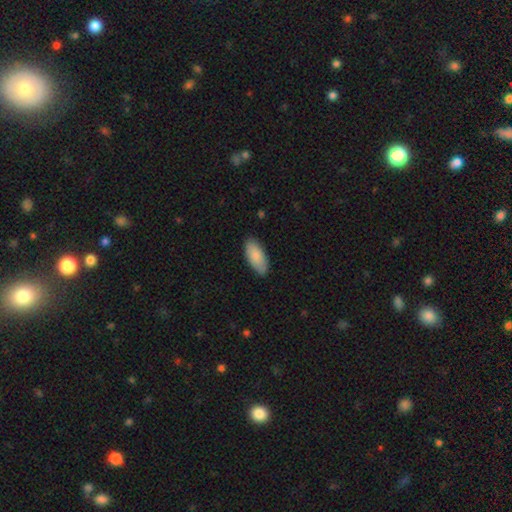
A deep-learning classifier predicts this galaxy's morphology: smooth-or-featured: smooth: 86% | featured or disk: 9% | star or artifact: 6%
  how-rounded: in between: 90% | cigar-shaped: 8% | round: 2%
  merging: none: 86% | minor disturbance: 11% | major disturbance: 2% | merger: 1%